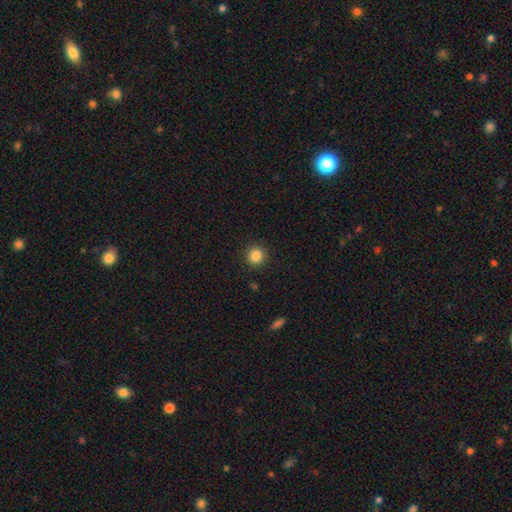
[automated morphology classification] Smooth or featured?
  - smooth: 85% *
  - star or artifact: 11%
  - featured or disk: 4%
How rounded?
  - round: 94% *
  - in between: 5%
  - cigar-shaped: 1%
Merging?
  - none: 92% *
  - minor disturbance: 5%
  - major disturbance: 2%
  - merger: 1%